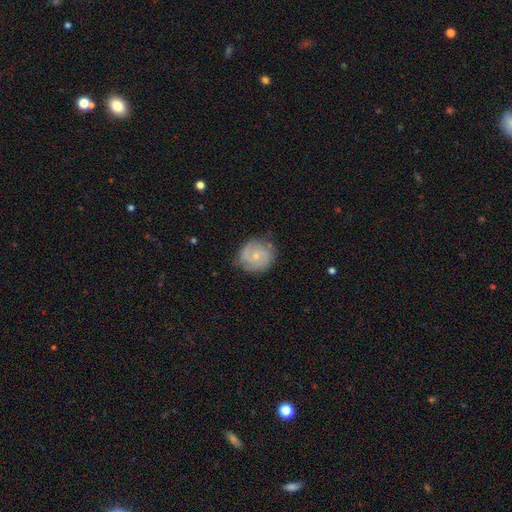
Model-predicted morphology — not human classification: Smooth or featured? featured or disk (73%)
Edge-on disk? no (98%)
Bar? no (61%)
Spiral arms? yes (92%)
Spiral winding? tight (54%)
Spiral arm count? 2 (70%)
Bulge size? small (63%)
Merging? none (75%)